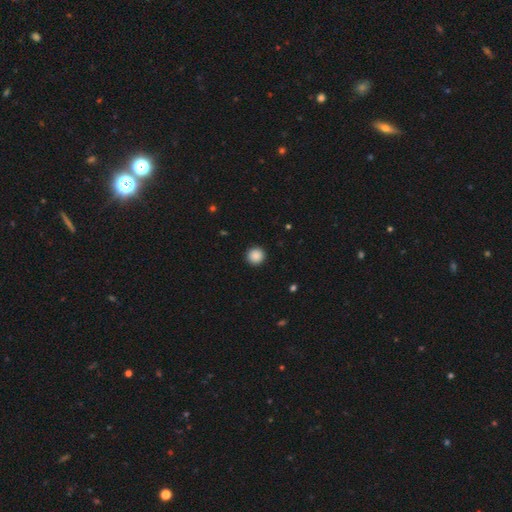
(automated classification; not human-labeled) The model was most divided on "smooth or featured": smooth: 88%, star or artifact: 9%, featured or disk: 3%. More confident: how rounded — round (95%); merging — none (93%).